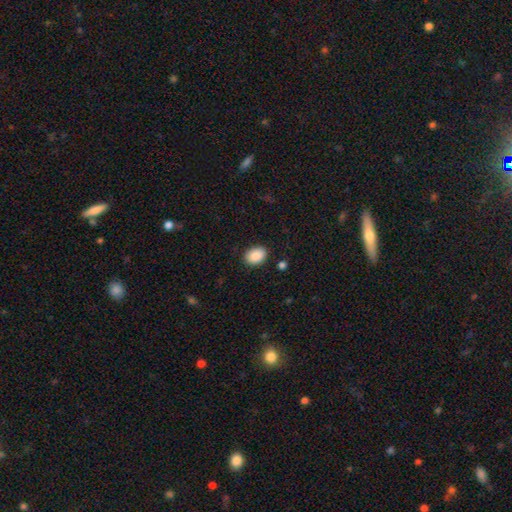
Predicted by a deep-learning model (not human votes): Smooth or featured: smooth — 90% (star or artifact — 7%)
How rounded: in between — 76% (round — 23%)
Merging: none — 87% (minor disturbance — 9%)